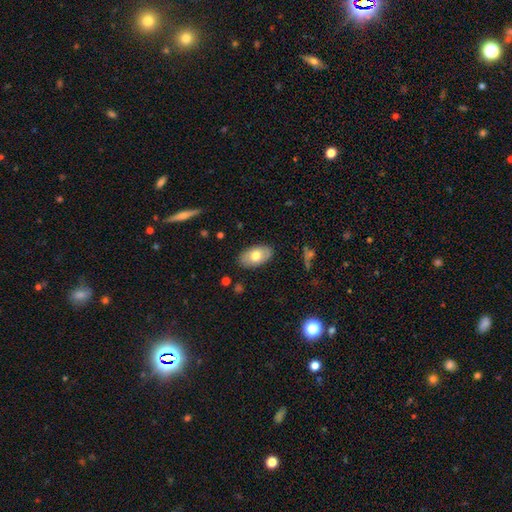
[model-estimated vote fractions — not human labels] Q: Smooth or featured?
A: smooth (70%); runner-up: featured or disk (24%)
Q: How rounded?
A: in between (94%); runner-up: round (5%)
Q: Merging?
A: none (86%); runner-up: minor disturbance (11%)